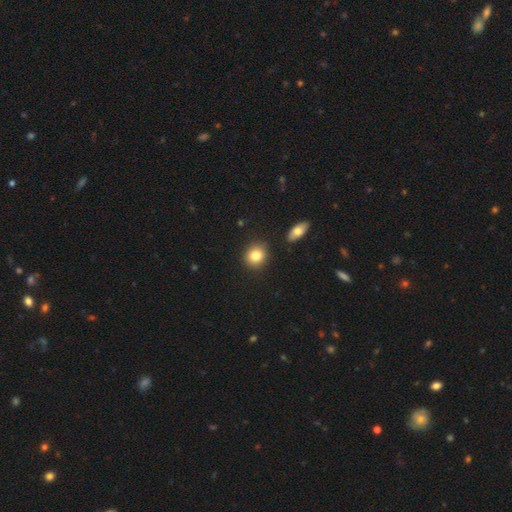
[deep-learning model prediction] Q: Smooth or featured?
A: smooth (83%); runner-up: star or artifact (9%)
Q: How rounded?
A: round (76%); runner-up: in between (22%)
Q: Merging?
A: none (86%); runner-up: minor disturbance (8%)